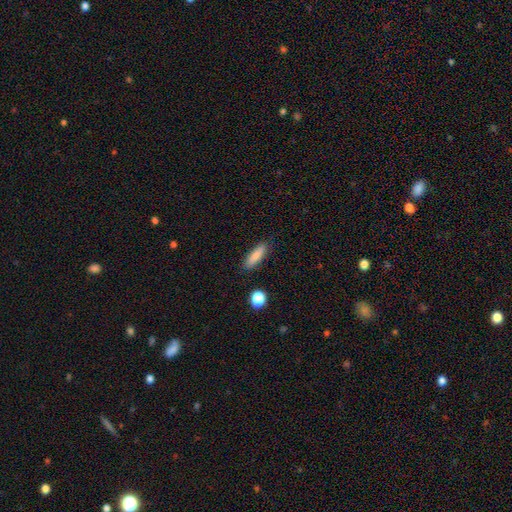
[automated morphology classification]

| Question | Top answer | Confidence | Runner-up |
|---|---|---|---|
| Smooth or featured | smooth | 83% | featured or disk (10%) |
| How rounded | cigar-shaped | 63% | in between (35%) |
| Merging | none | 86% | minor disturbance (10%) |